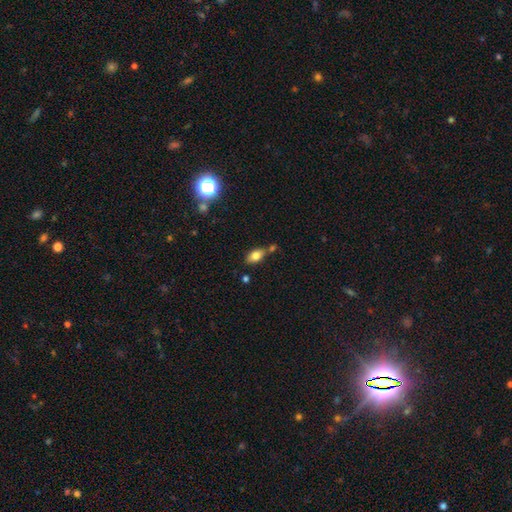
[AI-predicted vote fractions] smooth-or-featured: smooth: 76% | featured or disk: 15% | star or artifact: 9%
  how-rounded: in between: 88% | round: 6% | cigar-shaped: 5%
  merging: none: 63% | minor disturbance: 16% | merger: 16% | major disturbance: 4%